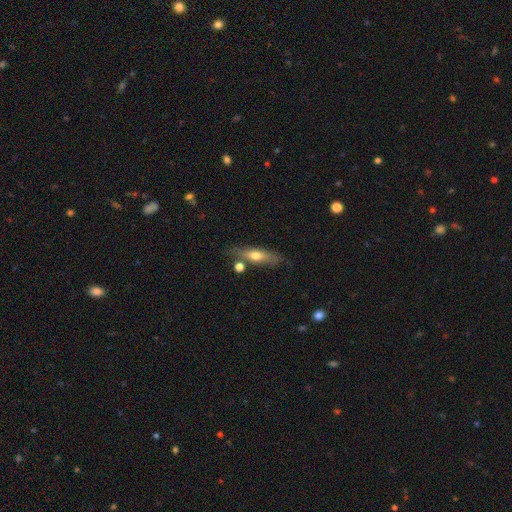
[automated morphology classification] type=smooth (49%); merging=none (70%).